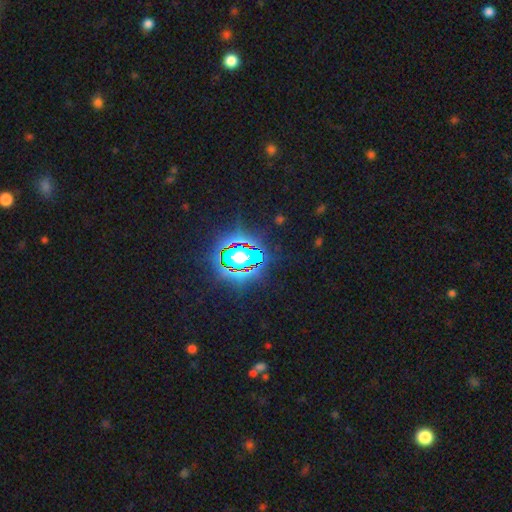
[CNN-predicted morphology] type=star or artifact (82%).